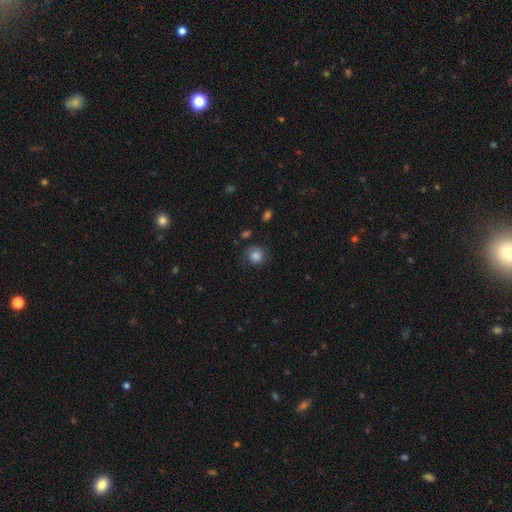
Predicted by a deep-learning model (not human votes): Smooth or featured?
  - smooth: 84% *
  - star or artifact: 10%
  - featured or disk: 6%
How rounded?
  - round: 86% *
  - in between: 13%
  - cigar-shaped: 1%
Merging?
  - none: 79% *
  - minor disturbance: 14%
  - major disturbance: 4%
  - merger: 2%